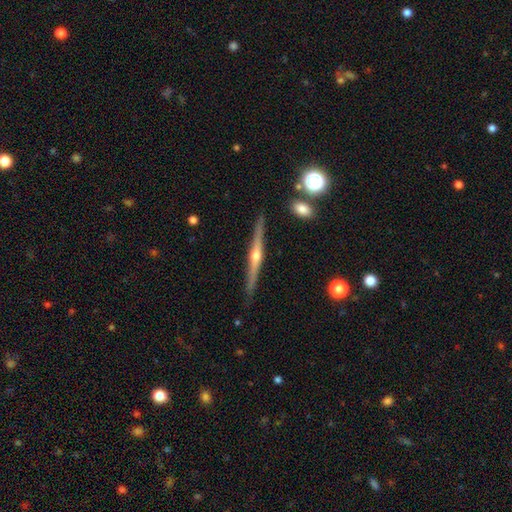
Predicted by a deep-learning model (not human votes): The model was most divided on "smooth or featured": featured or disk: 81%, smooth: 14%, star or artifact: 5%. More confident: edge-on disk — yes (98%); edge-on bulge — rounded (92%); merging — none (90%).